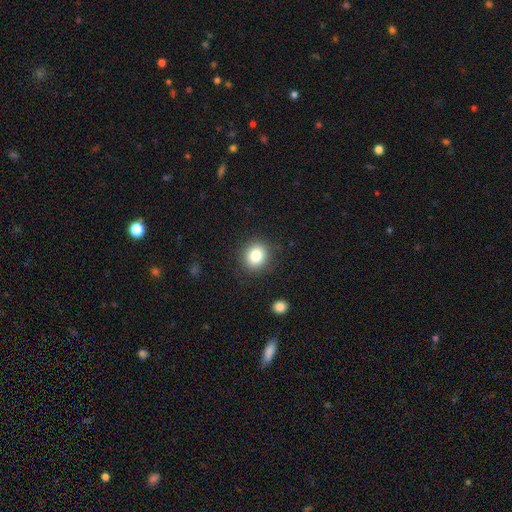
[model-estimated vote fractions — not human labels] Smooth or featured? Predicted: smooth (p=0.82). How rounded? Predicted: round (p=0.78). Merging? Predicted: none (p=0.88).